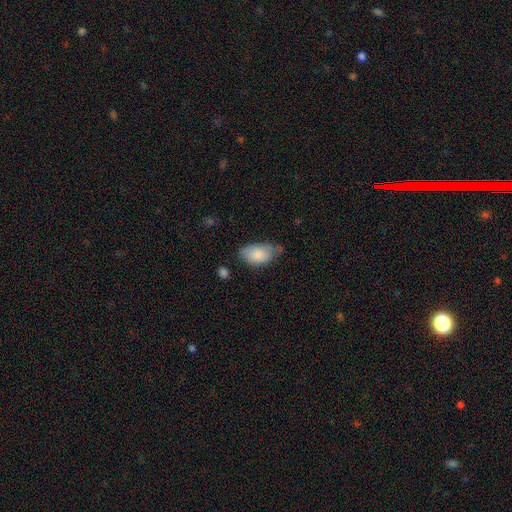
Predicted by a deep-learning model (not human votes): Morphology: type=smooth (80%); roundness=in between (92%); merging=none (51%).